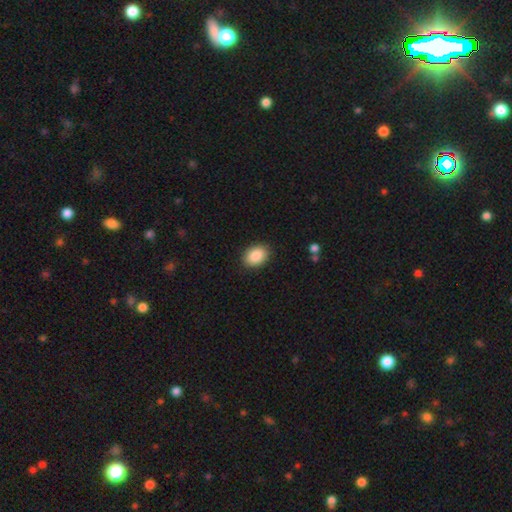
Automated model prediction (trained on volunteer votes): A smooth galaxy with no disk features (88%) that is in between round and cigar-shaped (76%).

Vote fractions:
- Smooth or featured? smooth: 88% / star or artifact: 7% / featured or disk: 4%
- How rounded? in between: 76% / round: 23% / cigar-shaped: 1%
- Merging? none: 89% / minor disturbance: 8% / major disturbance: 2% / merger: 1%